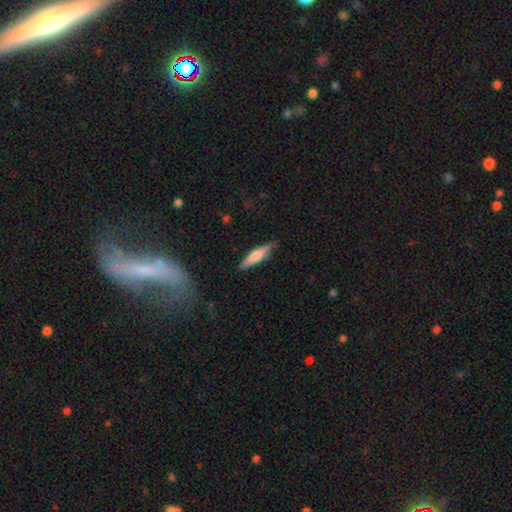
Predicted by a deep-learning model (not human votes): Smooth or featured: smooth — 56% (featured or disk — 39%)
How rounded: cigar-shaped — 78% (in between — 20%)
Merging: none — 82% (minor disturbance — 14%)